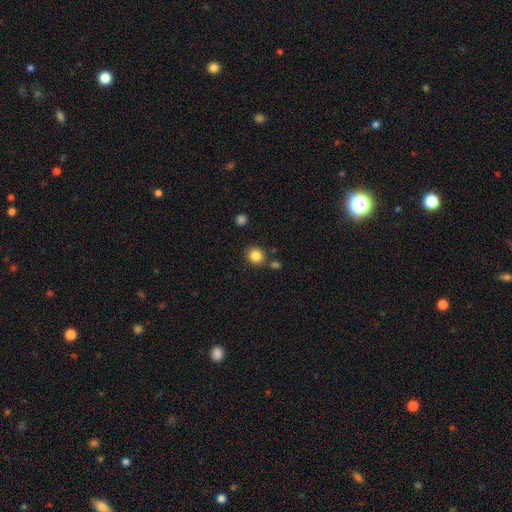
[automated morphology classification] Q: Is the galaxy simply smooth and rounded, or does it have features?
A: smooth — 85%.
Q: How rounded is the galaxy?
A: round — 86%.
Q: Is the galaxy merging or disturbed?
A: none — 82%.